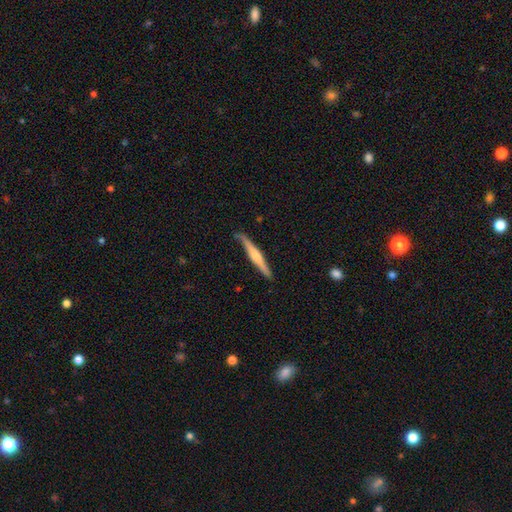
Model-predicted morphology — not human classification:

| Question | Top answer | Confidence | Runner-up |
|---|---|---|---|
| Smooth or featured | featured or disk | 58% | smooth (37%) |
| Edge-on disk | yes | 96% | no (4%) |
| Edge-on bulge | rounded | 64% | none (19%) |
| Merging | none | 79% | minor disturbance (17%) |